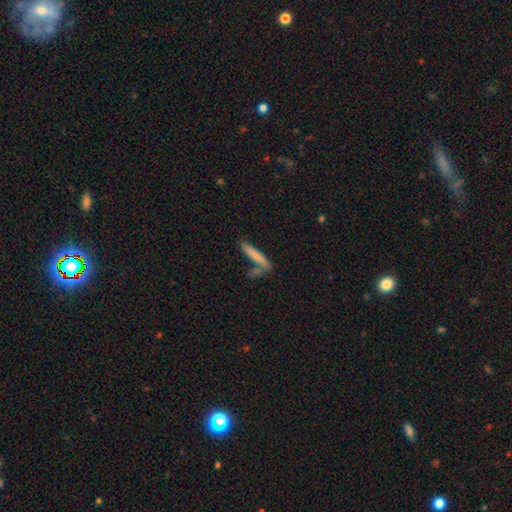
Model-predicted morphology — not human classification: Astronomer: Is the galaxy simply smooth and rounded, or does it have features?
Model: smooth — 76%.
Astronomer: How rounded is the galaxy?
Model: cigar-shaped — 90%.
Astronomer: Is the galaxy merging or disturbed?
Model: none — 64%.